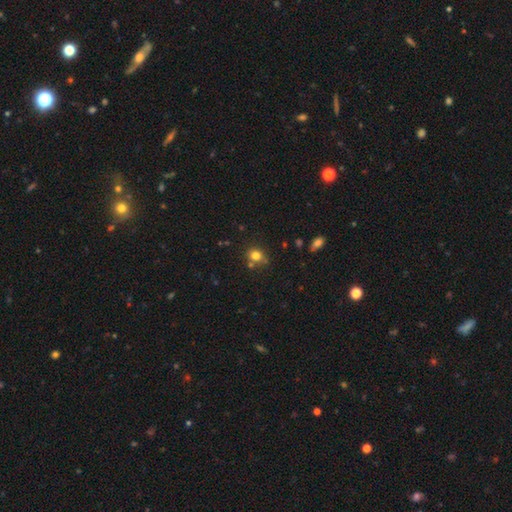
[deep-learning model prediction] smooth_or_featured: smooth (p=0.78) [alt: star or artifact p=0.14]
how_rounded: round (p=0.68) [alt: in between p=0.31]
merging: none (p=0.68) [alt: minor disturbance p=0.15]